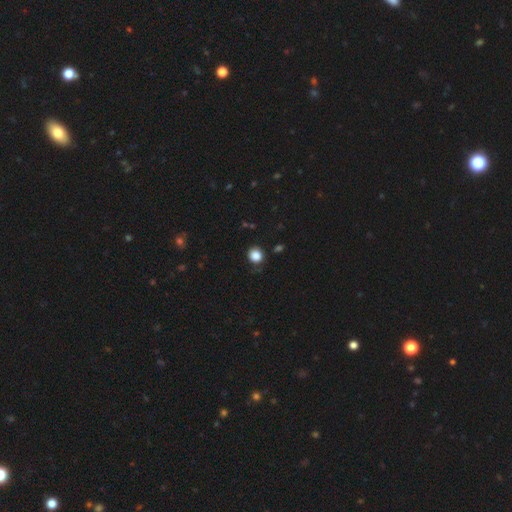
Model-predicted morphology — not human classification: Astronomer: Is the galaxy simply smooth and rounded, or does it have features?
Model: smooth — 86%.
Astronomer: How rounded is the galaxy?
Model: round — 87%.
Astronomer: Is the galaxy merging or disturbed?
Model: none — 83%.